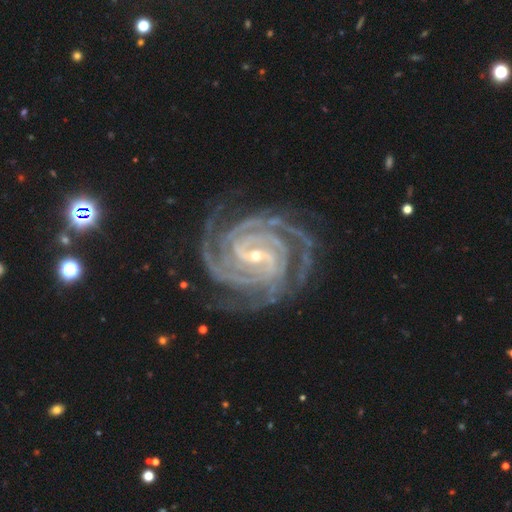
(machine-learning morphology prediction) smooth-or-featured: featured or disk: 94% | star or artifact: 4% | smooth: 2%
  disk-edge-on: no: 98% | yes: 2%
    bar: weak: 42% | strong: 40% | no: 18%
    has-spiral-arms: yes: 99% | no: 1%
      spiral-winding: tight: 81% | medium: 17% | loose: 2%
      spiral-arm-count: 4: 36% | 3: 20% | more than 4: 13% | 2: 12% | can't tell: 11% | 1: 8%
    bulge-size: small: 71% | moderate: 26% | large: 1% | none: 1% | dominant: 1%
  merging: none: 80% | minor disturbance: 14% | major disturbance: 5% | merger: 1%